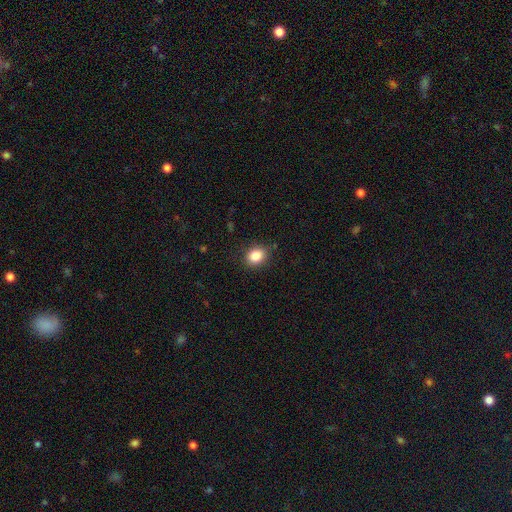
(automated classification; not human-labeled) A smooth galaxy with no disk features (86%) that is in between round and cigar-shaped (52%). Merging: none (85%).